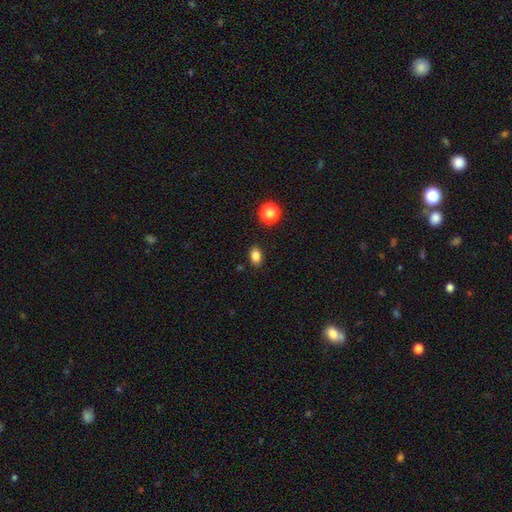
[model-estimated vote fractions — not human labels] The model was most divided on "how rounded": in between: 79%, round: 19%, cigar-shaped: 2%. More confident: merging — none (87%); smooth or featured — smooth (84%).